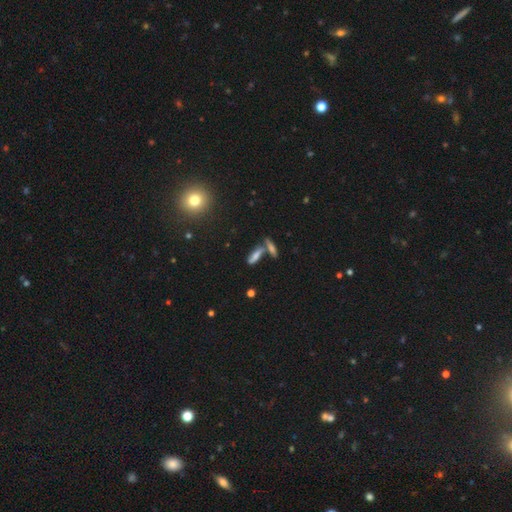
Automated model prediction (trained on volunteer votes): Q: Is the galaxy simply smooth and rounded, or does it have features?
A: smooth — 53%.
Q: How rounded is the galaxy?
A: cigar-shaped — 56%.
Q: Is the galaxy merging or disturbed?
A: none — 51%.